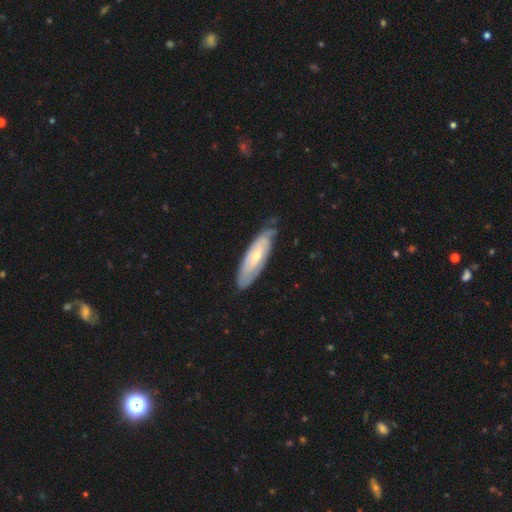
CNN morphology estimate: Q: Smooth or featured?
A: featured or disk (66%); runner-up: smooth (28%)
Q: Edge-on disk?
A: no (77%); runner-up: yes (23%)
Q: Bar?
A: no (64%); runner-up: weak (29%)
Q: Spiral arms?
A: yes (82%); runner-up: no (18%)
Q: Bulge size?
A: small (55%); runner-up: moderate (41%)
Q: Merging?
A: none (69%); runner-up: minor disturbance (24%)